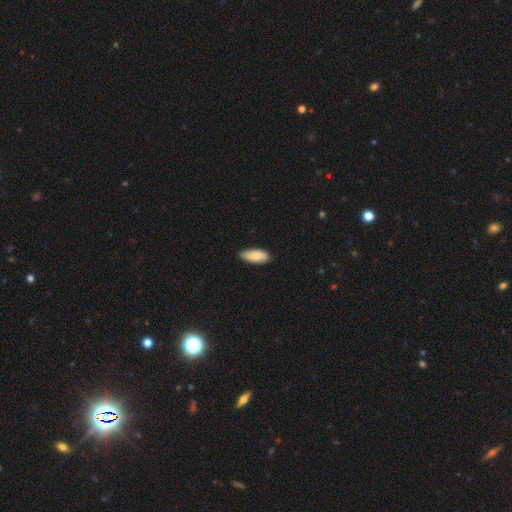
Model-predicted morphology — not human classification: type=smooth (85%); roundness=in between (81%); merging=none (80%).